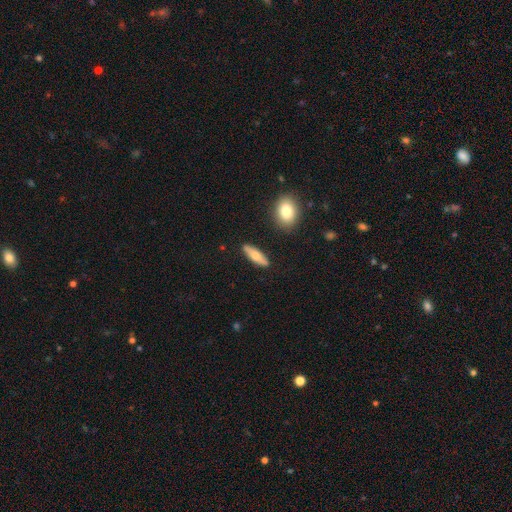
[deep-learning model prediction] smooth-or-featured: smooth: 64% | featured or disk: 30% | star or artifact: 6%
  how-rounded: cigar-shaped: 55% | in between: 42% | round: 3%
  merging: none: 86% | minor disturbance: 10% | merger: 3% | major disturbance: 2%